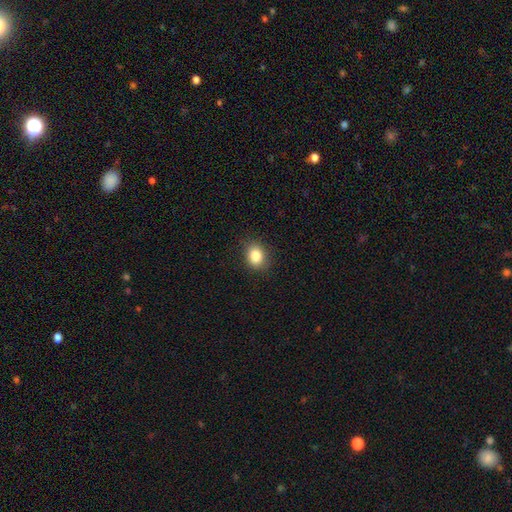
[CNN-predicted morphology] Overall: smooth (84%). How rounded: round (50%; in between 49%). Merging: none (87%).